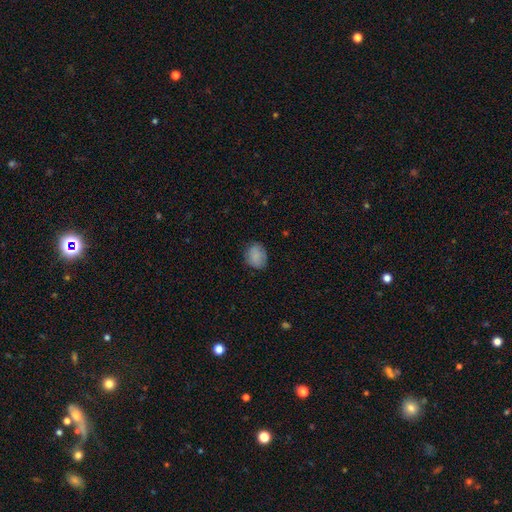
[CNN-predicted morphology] smooth 84%, star or artifact 8%, featured or disk 8%. Down the decision tree: how rounded — round (53%); merging — none (75%).